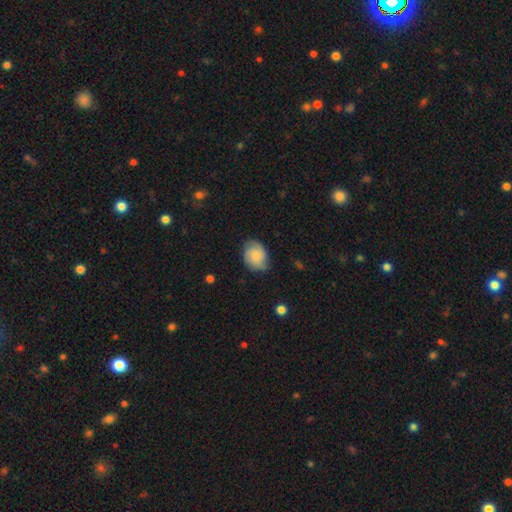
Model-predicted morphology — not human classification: A smooth galaxy with no disk features (52%) that is in between round and cigar-shaped (56%). Merging: none (68%).